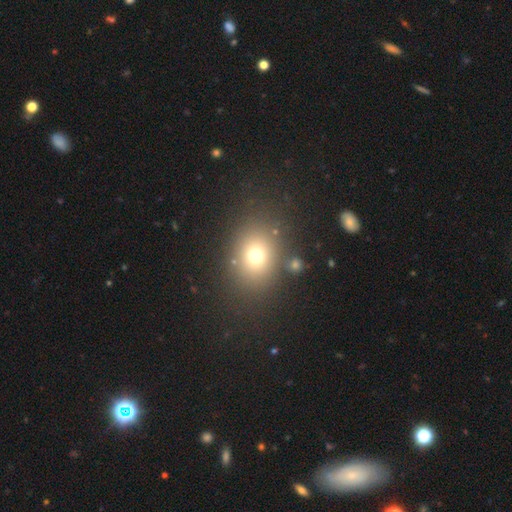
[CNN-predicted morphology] smooth-or-featured: smooth: 71% | star or artifact: 17% | featured or disk: 12%
  how-rounded: round: 55% | in between: 44% | cigar-shaped: 1%
  merging: none: 78% | minor disturbance: 10% | merger: 6% | major disturbance: 6%